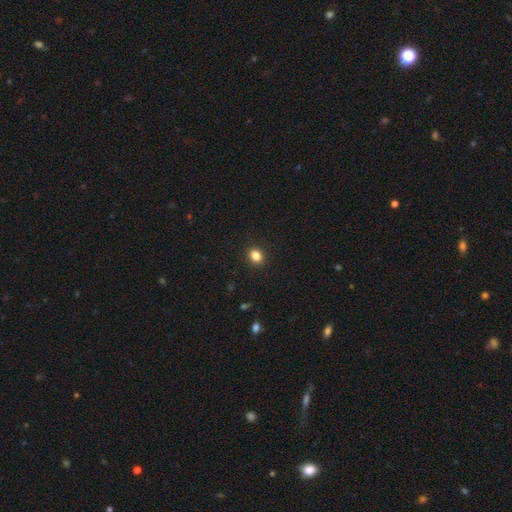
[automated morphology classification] Q: Smooth or featured?
A: smooth (84%); runner-up: star or artifact (12%)
Q: How rounded?
A: round (66%); runner-up: in between (33%)
Q: Merging?
A: none (91%); runner-up: minor disturbance (6%)